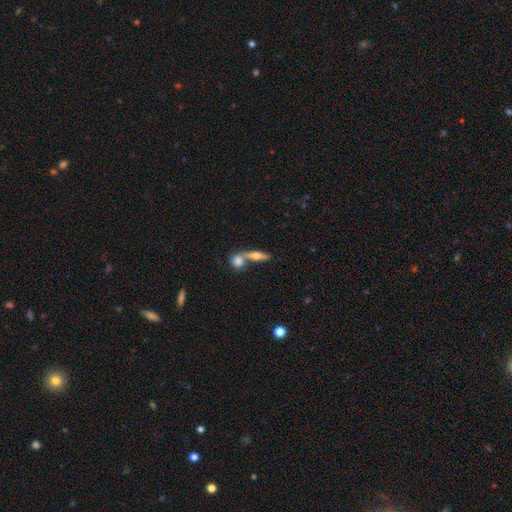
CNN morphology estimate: This appears to be a smooth galaxy with no disk features (48%). Merging: none (49%).